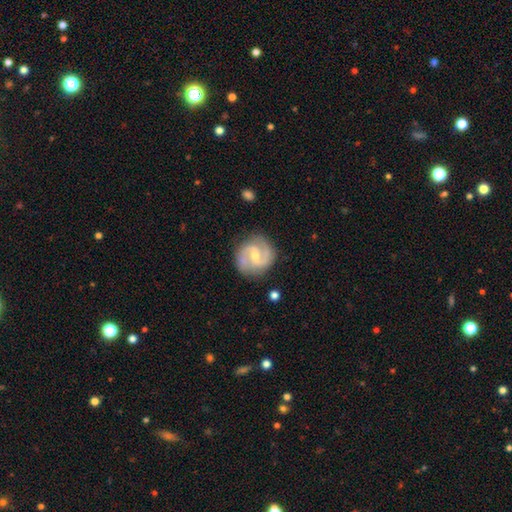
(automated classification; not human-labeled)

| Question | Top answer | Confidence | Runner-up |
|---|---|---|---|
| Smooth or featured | featured or disk | 85% | smooth (10%) |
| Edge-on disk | no | 98% | yes (2%) |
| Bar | weak | 53% | no (31%) |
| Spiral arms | yes | 96% | no (4%) |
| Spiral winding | medium | 57% | tight (24%) |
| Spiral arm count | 2 | 90% | can't tell (4%) |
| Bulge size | small | 55% | moderate (42%) |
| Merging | none | 80% | minor disturbance (14%) |